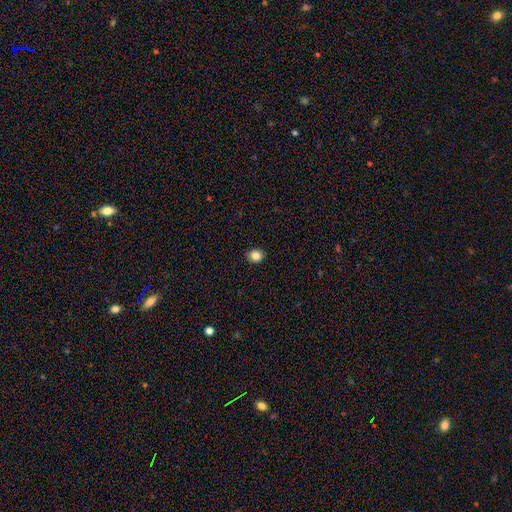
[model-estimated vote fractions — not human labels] Q: Smooth or featured?
A: smooth (84%); runner-up: star or artifact (11%)
Q: How rounded?
A: round (79%); runner-up: in between (20%)
Q: Merging?
A: none (92%); runner-up: minor disturbance (6%)